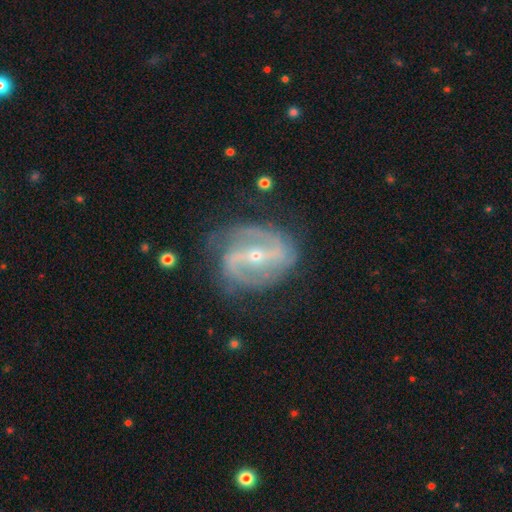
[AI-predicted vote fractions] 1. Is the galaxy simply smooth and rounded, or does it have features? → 90% featured or disk, 5% star or artifact, 5% smooth.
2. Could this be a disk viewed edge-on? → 96% no, 4% yes.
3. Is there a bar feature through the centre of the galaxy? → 61% strong, 27% weak, 12% no.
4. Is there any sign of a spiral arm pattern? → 95% yes, 5% no.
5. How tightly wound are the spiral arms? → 49% medium, 28% tight, 23% loose.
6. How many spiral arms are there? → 80% 2, 7% can't tell, 6% 3, 2% 1, 2% 4, 2% more than 4.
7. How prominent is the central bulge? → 70% small, 28% moderate, 1% large, 1% none, 1% dominant.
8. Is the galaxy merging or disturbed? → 73% none, 17% minor disturbance, 8% major disturbance, 2% merger.